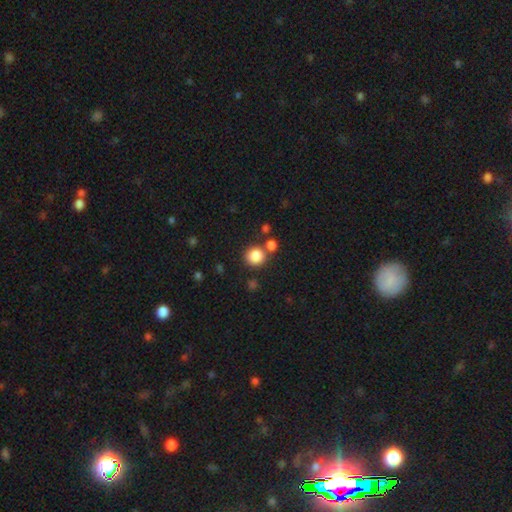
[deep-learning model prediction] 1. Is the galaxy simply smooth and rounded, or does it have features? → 85% smooth, 10% star or artifact, 5% featured or disk.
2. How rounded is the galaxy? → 90% round, 9% in between, 1% cigar-shaped.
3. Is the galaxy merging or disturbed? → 73% none, 16% merger, 8% minor disturbance, 3% major disturbance.